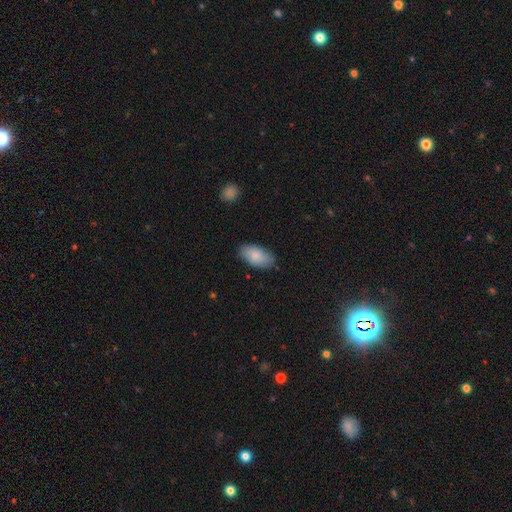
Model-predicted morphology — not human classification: A smooth galaxy with no disk features (85%) that is in between round and cigar-shaped (94%). Merging: none (81%).